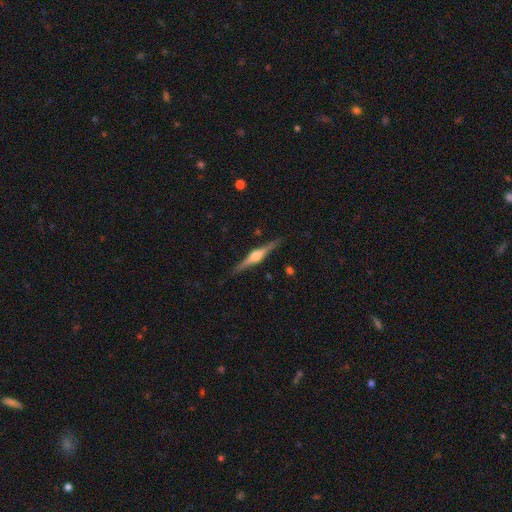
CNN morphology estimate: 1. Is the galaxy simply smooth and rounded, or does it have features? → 84% featured or disk, 11% smooth, 5% star or artifact.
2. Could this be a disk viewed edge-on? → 98% yes, 2% no.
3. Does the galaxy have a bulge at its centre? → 92% rounded, 6% boxy, 2% none.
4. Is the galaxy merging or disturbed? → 90% none, 7% minor disturbance, 2% major disturbance, 1% merger.